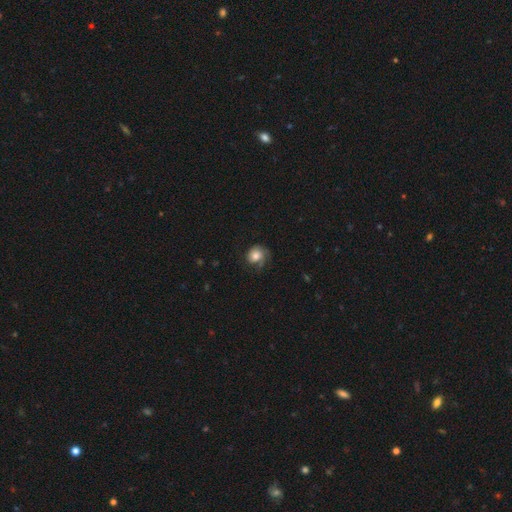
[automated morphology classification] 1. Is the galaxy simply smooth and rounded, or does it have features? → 59% smooth, 32% featured or disk, 8% star or artifact.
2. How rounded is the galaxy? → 68% round, 31% in between, 1% cigar-shaped.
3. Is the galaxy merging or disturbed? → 50% none, 26% minor disturbance, 22% major disturbance, 2% merger.